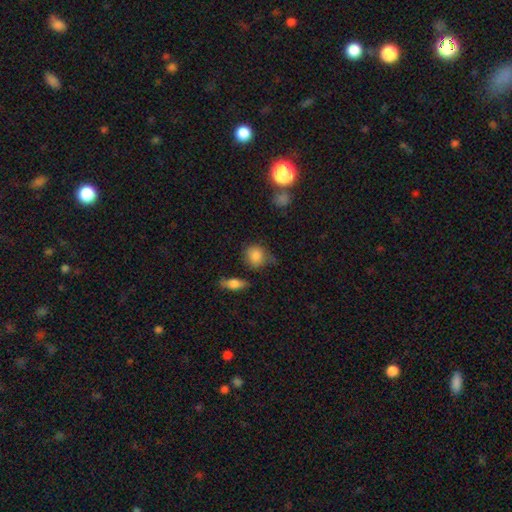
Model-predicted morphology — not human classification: Overall: smooth (83%). How rounded: round (75%). Merging: none (61%; minor disturbance 26%).